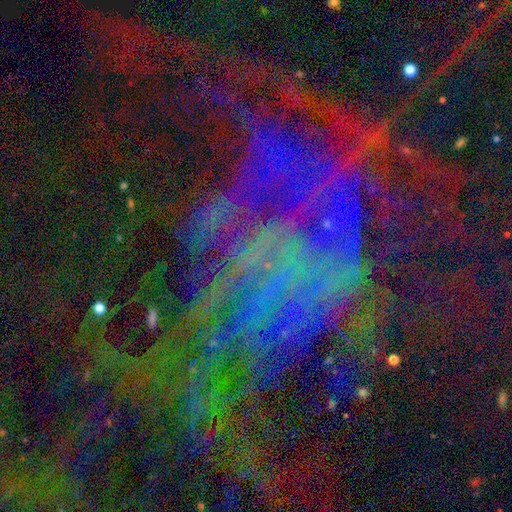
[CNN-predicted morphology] type=star or artifact (69%).